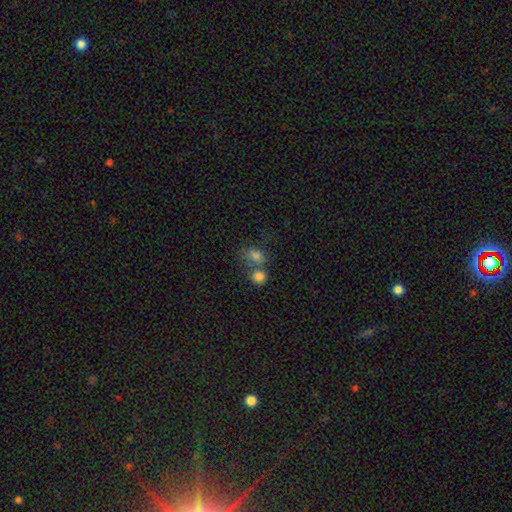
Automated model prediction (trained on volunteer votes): A smooth galaxy with no disk features (78%) that is in between round and cigar-shaped (62%).

Vote fractions:
- Smooth or featured? smooth: 78% / star or artifact: 13% / featured or disk: 9%
- How rounded? in between: 62% / round: 37% / cigar-shaped: 2%
- Merging? merger: 44% / none: 38% / minor disturbance: 12% / major disturbance: 7%